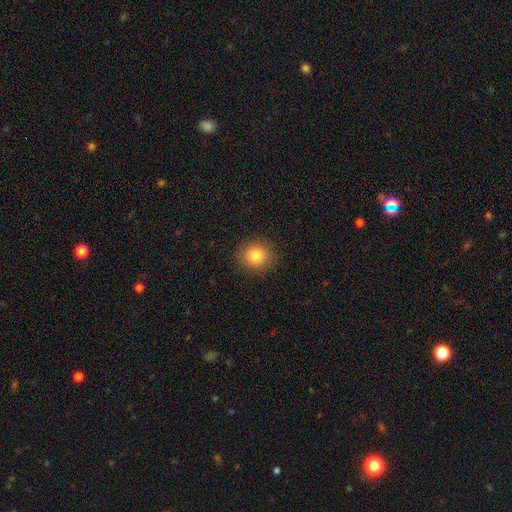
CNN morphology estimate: A smooth galaxy with no disk features (82%) that is round (86%).

Vote fractions:
- Smooth or featured? smooth: 82% / star or artifact: 11% / featured or disk: 7%
- How rounded? round: 86% / in between: 13% / cigar-shaped: 1%
- Merging? none: 90% / minor disturbance: 7% / major disturbance: 2% / merger: 1%